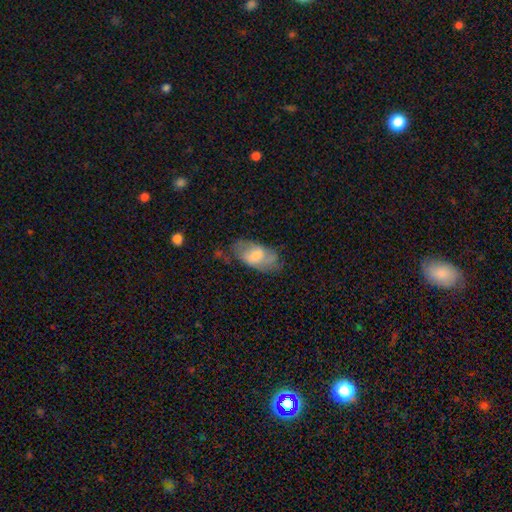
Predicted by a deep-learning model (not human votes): Morphology: type=smooth (55%); roundness=in between (92%); merging=none (56%).